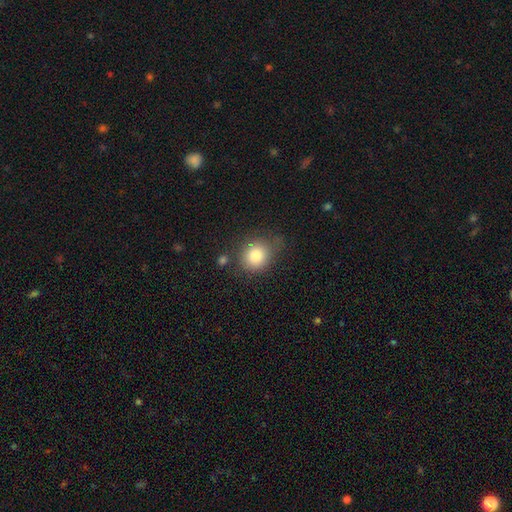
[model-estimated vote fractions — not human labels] The model was most divided on "merging": none: 67%, minor disturbance: 21%, major disturbance: 7%, merger: 6%. More confident: smooth or featured — smooth (82%); how rounded — round (76%).